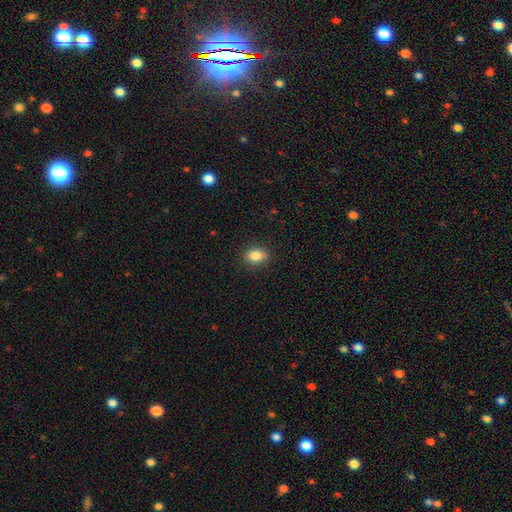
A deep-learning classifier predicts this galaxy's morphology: Smooth or featured?
  - smooth: 84% *
  - star or artifact: 9%
  - featured or disk: 7%
How rounded?
  - in between: 73% *
  - round: 25%
  - cigar-shaped: 2%
Merging?
  - none: 86% *
  - minor disturbance: 10%
  - major disturbance: 3%
  - merger: 1%